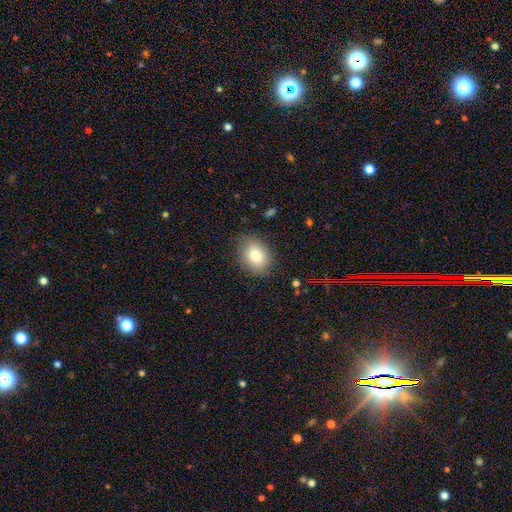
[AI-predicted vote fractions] This appears to be a smooth galaxy with no disk features (79%) that is in between round and cigar-shaped (57%). Merging: none (81%).